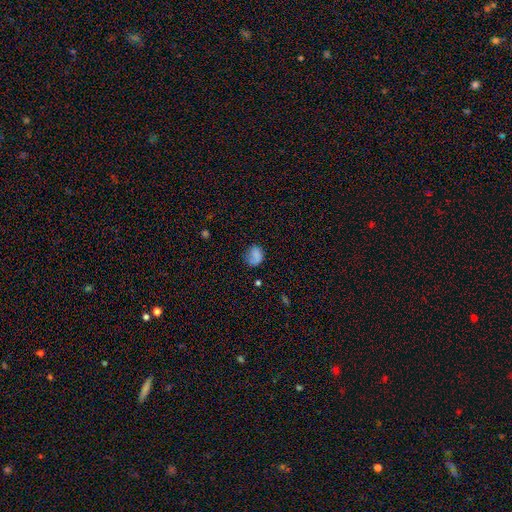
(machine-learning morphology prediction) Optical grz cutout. It shows a smooth galaxy with no disk features (76%) that is round (55%). Merging: none (58%).